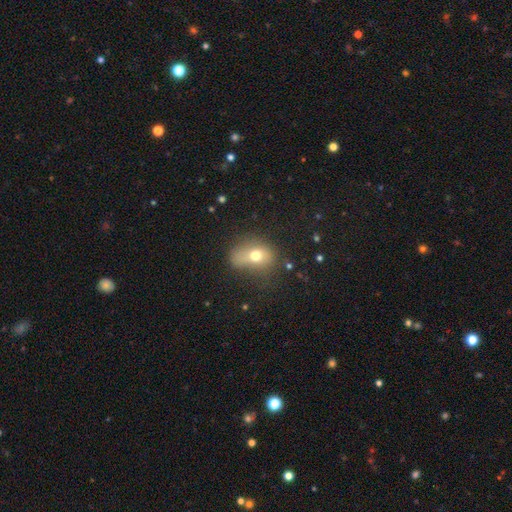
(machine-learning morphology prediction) Overall: smooth (67%). How rounded: in between (57%; round 41%). Merging: none (45%; minor disturbance 28%).